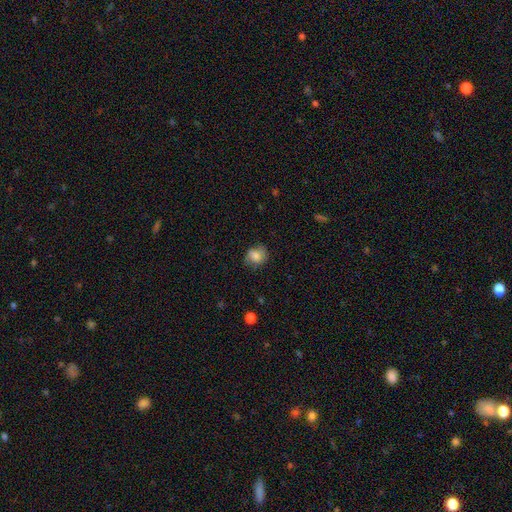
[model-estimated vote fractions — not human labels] Smooth or featured? smooth (78%)
How rounded? round (63%)
Merging? none (65%)